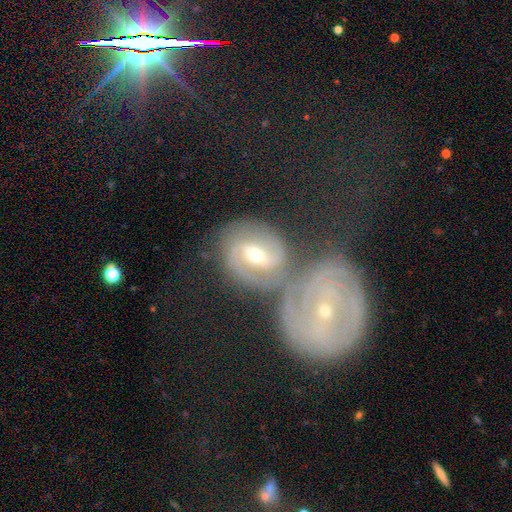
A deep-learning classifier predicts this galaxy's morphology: smooth_or_featured: featured or disk (p=0.76) [alt: smooth p=0.15]
disk_edge_on: no (p=0.97) [alt: yes p=0.03]
bar: weak (p=0.47) [alt: strong p=0.29]
has_spiral_arms: yes (p=0.92) [alt: no p=0.08]
spiral_winding: tight (p=0.60) [alt: medium p=0.32]
spiral_arm_count: 2 (p=0.70) [alt: can't tell p=0.14]
bulge_size: small (p=0.48) [tied with: moderate p=0.48]
merging: none (p=0.43) [alt: merger p=0.39]